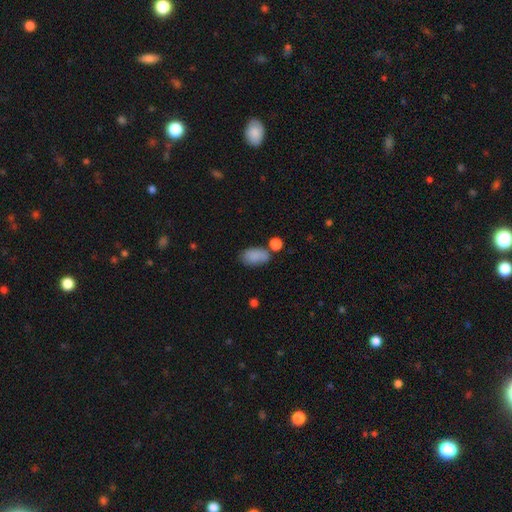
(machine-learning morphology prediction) smooth 84%, star or artifact 8%, featured or disk 7%. Down the decision tree: how rounded — in between (91%); merging — none (58%).